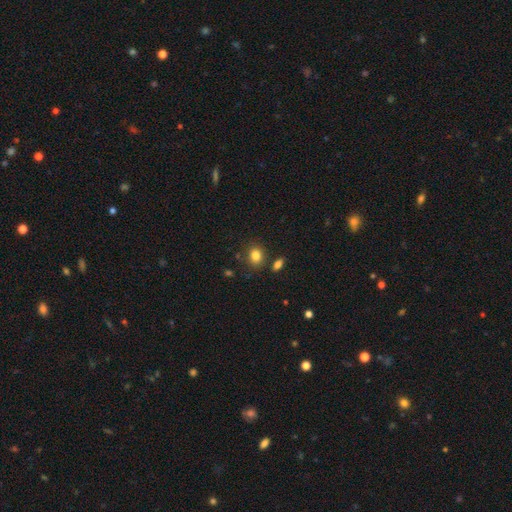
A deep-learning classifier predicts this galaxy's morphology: smooth 83%, star or artifact 11%, featured or disk 6%. Down the decision tree: how rounded — round (57%); merging — none (79%).